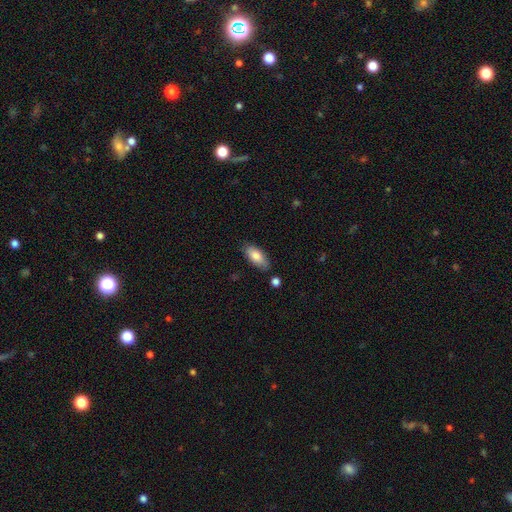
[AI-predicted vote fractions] A smooth galaxy with no disk features (81%) that is in between round and cigar-shaped (88%). Merging: none (82%).